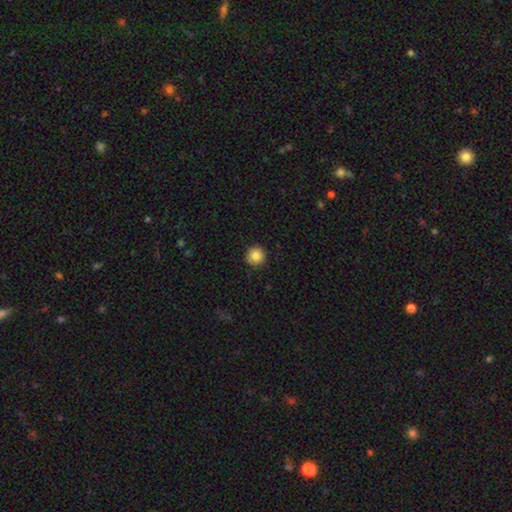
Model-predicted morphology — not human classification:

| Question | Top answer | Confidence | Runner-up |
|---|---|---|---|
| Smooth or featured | smooth | 86% | star or artifact (9%) |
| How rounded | round | 95% | in between (4%) |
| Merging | none | 91% | minor disturbance (6%) |